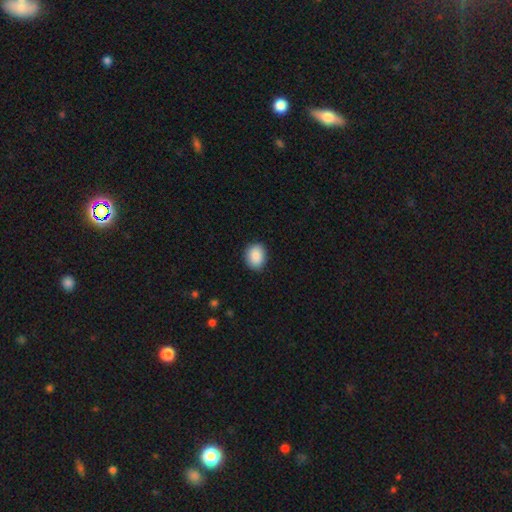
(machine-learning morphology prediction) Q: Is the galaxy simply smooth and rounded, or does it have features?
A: smooth — 88%.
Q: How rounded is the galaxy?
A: round — 52%.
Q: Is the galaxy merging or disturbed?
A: none — 87%.